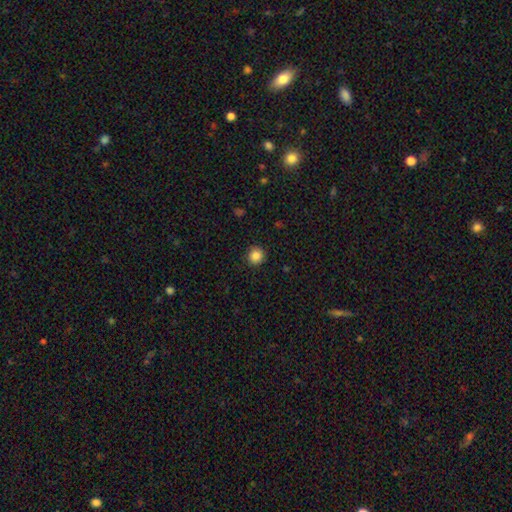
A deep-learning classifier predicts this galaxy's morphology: Q: Smooth or featured?
A: smooth (87%); runner-up: star or artifact (10%)
Q: How rounded?
A: round (94%); runner-up: in between (5%)
Q: Merging?
A: none (91%); runner-up: minor disturbance (6%)